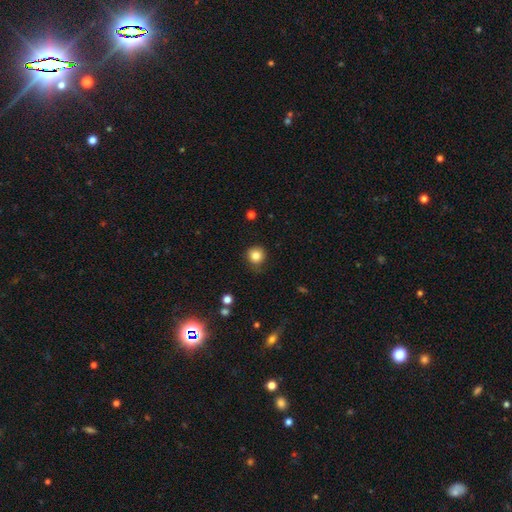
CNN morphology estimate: smooth-or-featured: smooth: 83% | star or artifact: 11% | featured or disk: 5%
  how-rounded: round: 91% | in between: 8% | cigar-shaped: 1%
  merging: none: 81% | minor disturbance: 15% | major disturbance: 3% | merger: 1%